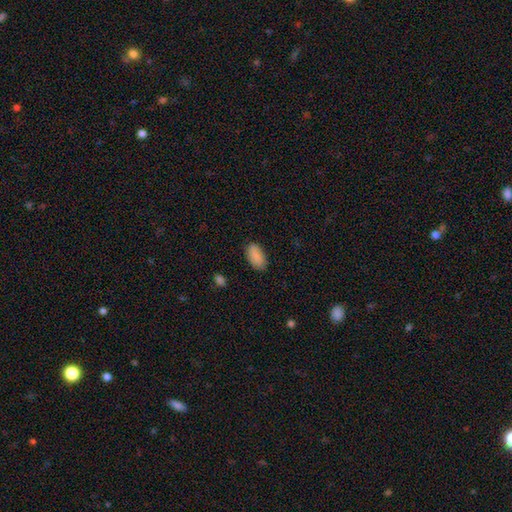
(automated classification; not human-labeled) Overall: smooth (88%). How rounded: in between (94%). Merging: none (84%).